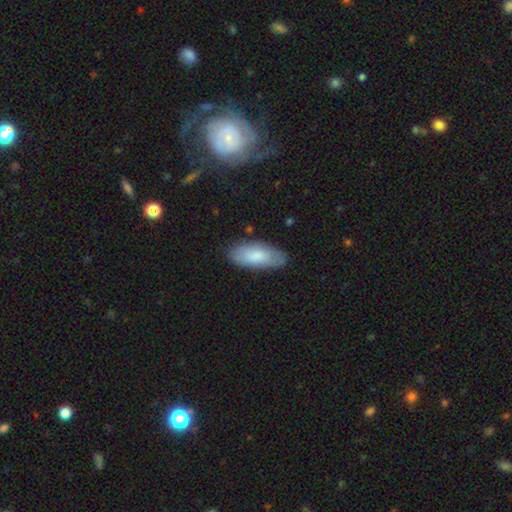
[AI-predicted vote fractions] Smooth or featured? smooth (80%)
How rounded? in between (86%)
Merging? none (82%)